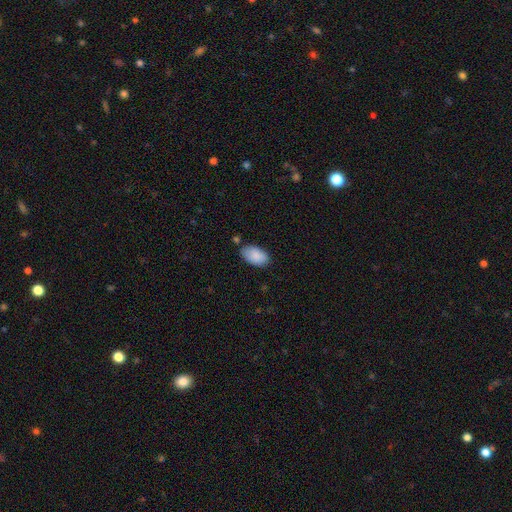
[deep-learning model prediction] Overall: smooth (88%). How rounded: in between (95%). Merging: none (73%).